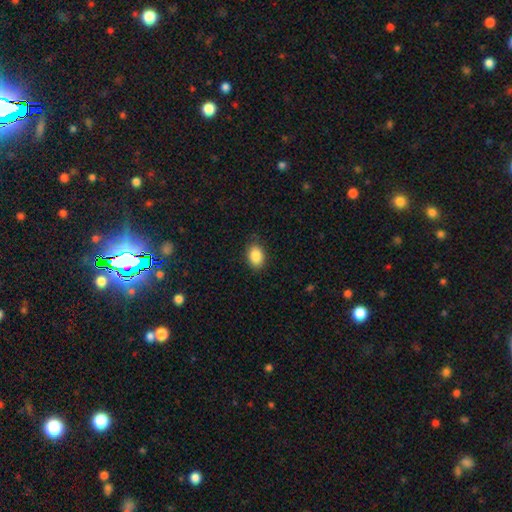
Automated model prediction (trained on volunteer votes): The model was most divided on "how rounded": in between: 82%, round: 17%, cigar-shaped: 1%. More confident: smooth or featured — smooth (87%); merging — none (85%).